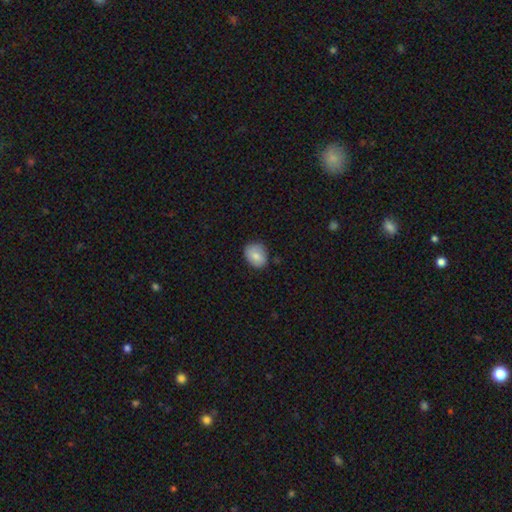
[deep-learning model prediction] smooth_or_featured: smooth (p=0.80) [alt: featured or disk p=0.12]
how_rounded: in between (p=0.54) [alt: round p=0.45]
merging: none (p=0.78) [alt: minor disturbance p=0.18]